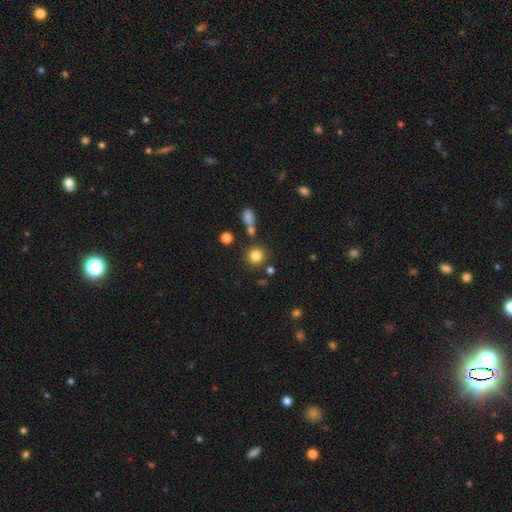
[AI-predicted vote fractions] This appears to be a smooth galaxy with no disk features (82%) that is round (91%). Merging: none (80%).